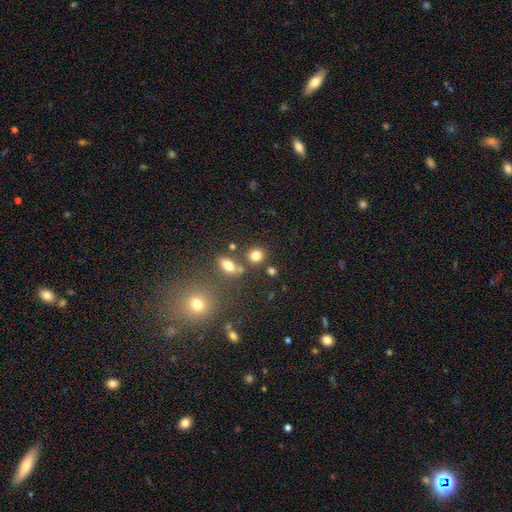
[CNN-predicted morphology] smooth_or_featured: smooth (p=0.79) [alt: star or artifact p=0.13]
how_rounded: round (p=0.80) [alt: in between p=0.19]
merging: none (p=0.71) [alt: merger p=0.16]